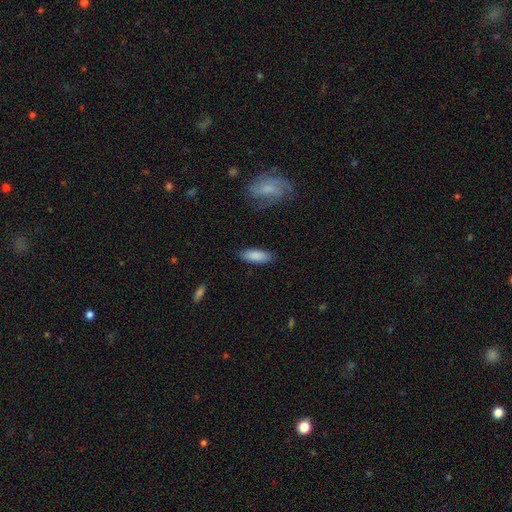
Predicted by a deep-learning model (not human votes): Smooth or featured? smooth (88%)
How rounded? in between (70%)
Merging? none (84%)